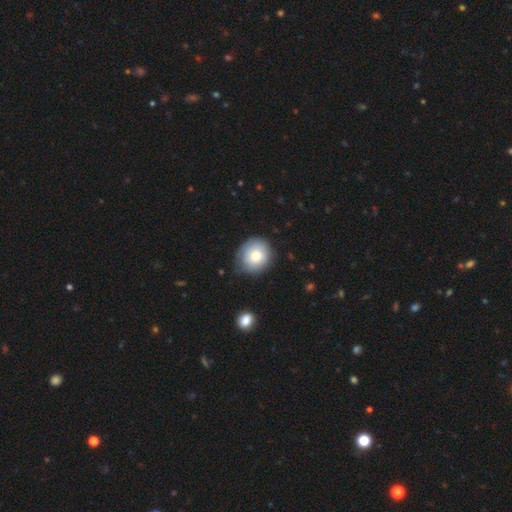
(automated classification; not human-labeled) Smooth or featured?
  - smooth: 77% *
  - featured or disk: 15%
  - star or artifact: 8%
How rounded?
  - round: 86% *
  - in between: 13%
  - cigar-shaped: 1%
Merging?
  - none: 76% *
  - minor disturbance: 18%
  - major disturbance: 4%
  - merger: 2%